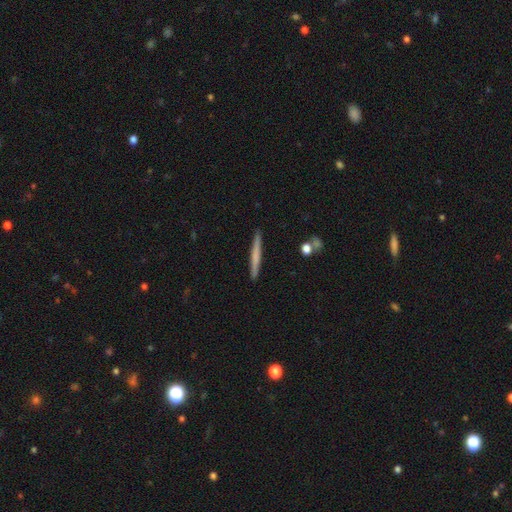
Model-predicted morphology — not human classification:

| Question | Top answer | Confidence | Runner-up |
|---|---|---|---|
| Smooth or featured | smooth | 56% | featured or disk (39%) |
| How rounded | cigar-shaped | 97% | in between (2%) |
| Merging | none | 92% | minor disturbance (6%) |